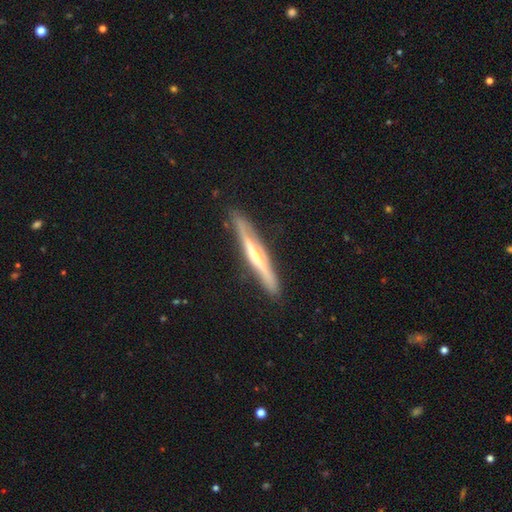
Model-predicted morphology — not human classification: The model was most divided on "edge-on bulge": rounded: 73%, none: 21%, boxy: 6%. More confident: edge-on disk — yes (95%); merging — none (88%); smooth or featured — featured or disk (73%).